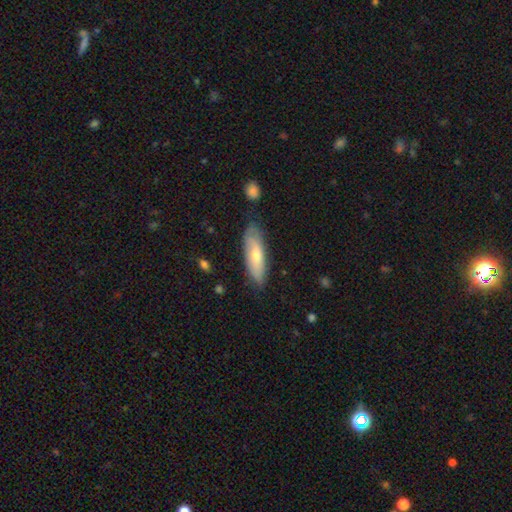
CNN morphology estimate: A smooth galaxy with no disk features (59%) that is in between round and cigar-shaped (54%). Merging: none (76%).